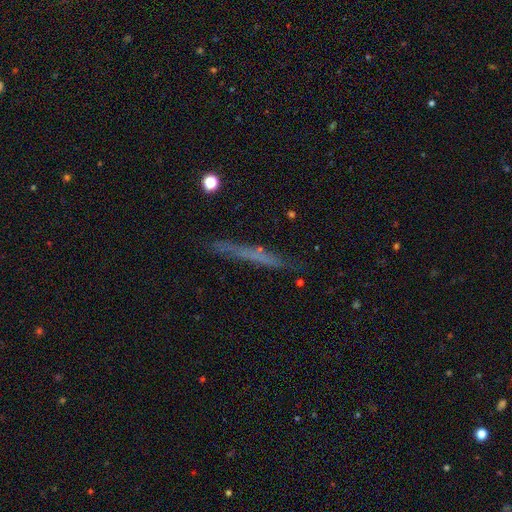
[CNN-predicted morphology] A smooth galaxy with no disk features (49%).

Vote fractions:
- Smooth or featured? smooth: 49% / featured or disk: 41% / star or artifact: 10%
- Merging? none: 83% / minor disturbance: 12% / major disturbance: 3% / merger: 2%